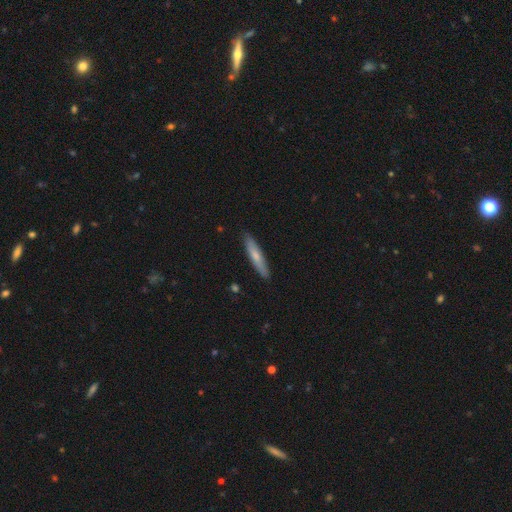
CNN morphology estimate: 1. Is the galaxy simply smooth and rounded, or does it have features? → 65% smooth, 29% featured or disk, 5% star or artifact.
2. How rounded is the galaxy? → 88% cigar-shaped, 10% in between, 1% round.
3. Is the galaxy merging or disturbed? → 89% none, 8% minor disturbance, 1% major disturbance, 1% merger.